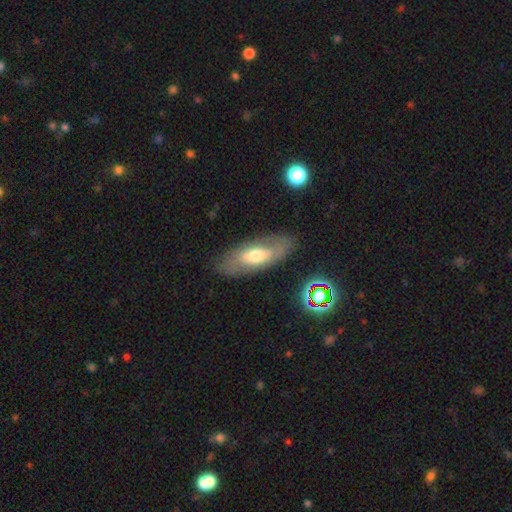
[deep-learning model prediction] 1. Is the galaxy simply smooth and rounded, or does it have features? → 47% smooth, 45% featured or disk, 8% star or artifact.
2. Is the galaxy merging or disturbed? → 79% none, 14% minor disturbance, 5% major disturbance, 2% merger.